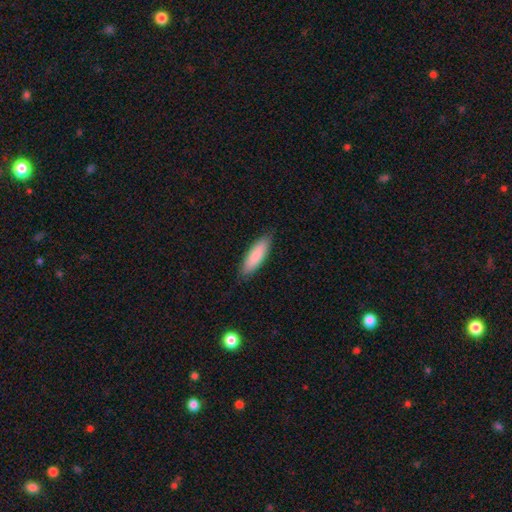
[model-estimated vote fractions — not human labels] Overall: smooth (86%). How rounded: cigar-shaped (51%; in between 48%). Merging: none (86%).